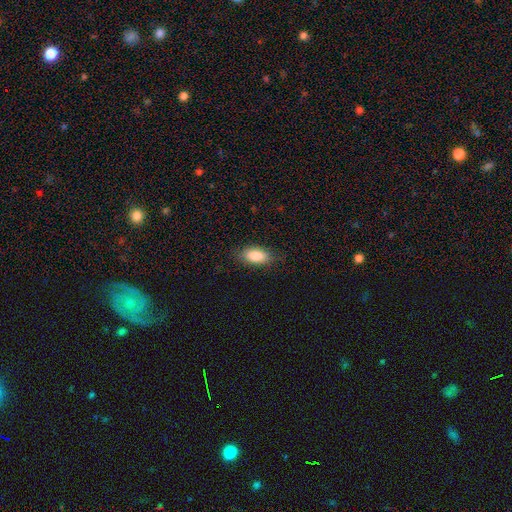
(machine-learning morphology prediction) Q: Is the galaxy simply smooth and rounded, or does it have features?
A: smooth — 87%.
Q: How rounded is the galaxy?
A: in between — 90%.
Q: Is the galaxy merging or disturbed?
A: none — 82%.